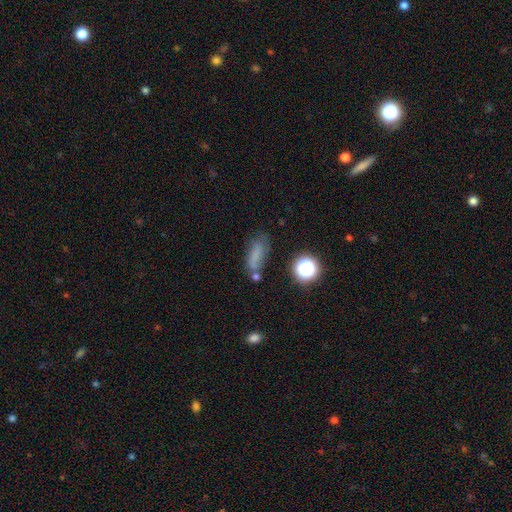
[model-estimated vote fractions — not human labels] Morphology: type=smooth (65%); roundness=in between (62%); merging=none (53%).